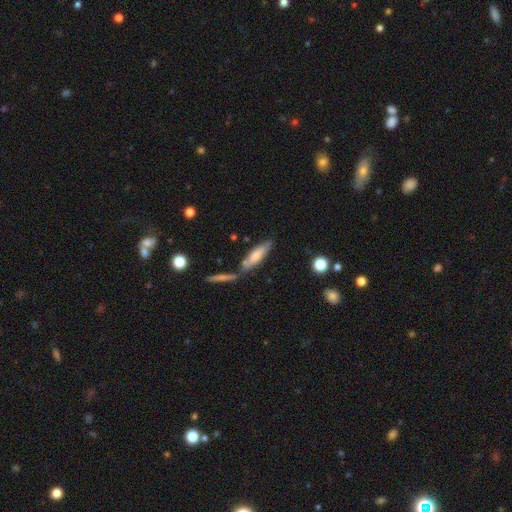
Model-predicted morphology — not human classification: Q: Smooth or featured?
A: smooth (54%); runner-up: featured or disk (38%)
Q: How rounded?
A: cigar-shaped (65%); runner-up: in between (33%)
Q: Merging?
A: none (63%); runner-up: merger (18%)